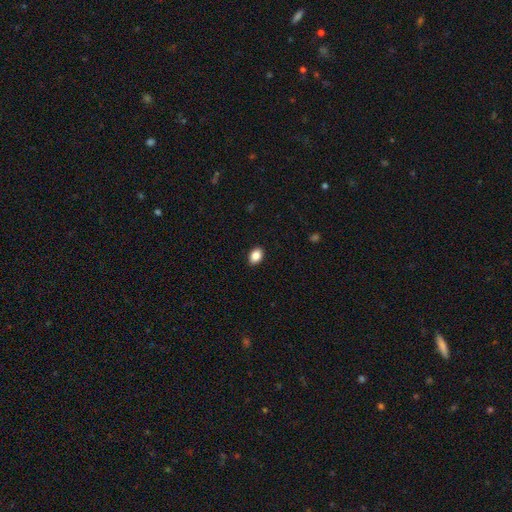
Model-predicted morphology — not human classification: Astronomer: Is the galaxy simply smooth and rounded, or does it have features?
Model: smooth — 88%.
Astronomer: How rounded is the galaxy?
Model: in between — 79%.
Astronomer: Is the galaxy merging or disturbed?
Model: none — 90%.